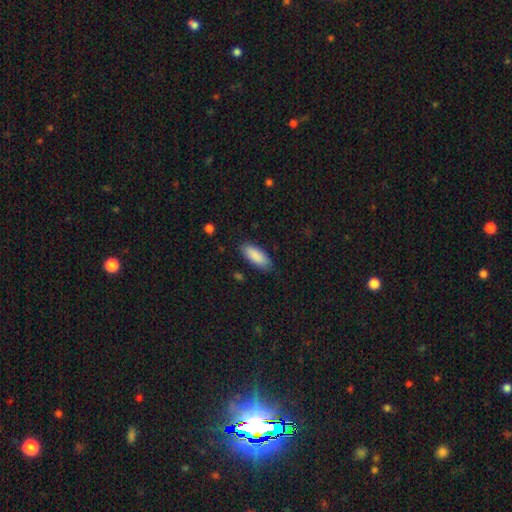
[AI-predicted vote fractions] A smooth galaxy with no disk features (89%) that is in between round and cigar-shaped (81%). Merging: none (81%).